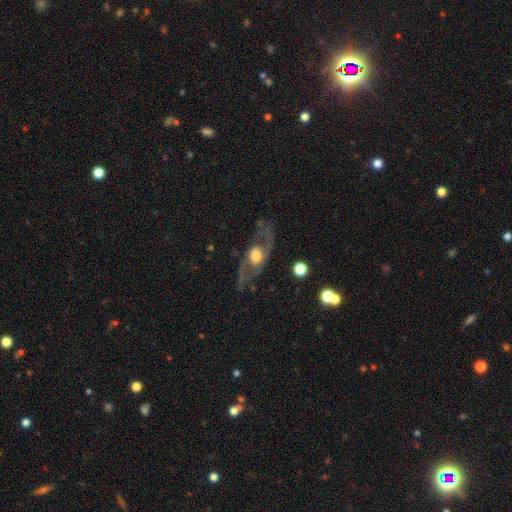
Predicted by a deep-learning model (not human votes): Overall: featured or disk (74%). Edge-on disk: no (81%). Bar: no (75%). Spiral arms: yes (66%; no 34%). Bulge size: moderate (44%; large 43%). Merging: none (71%).